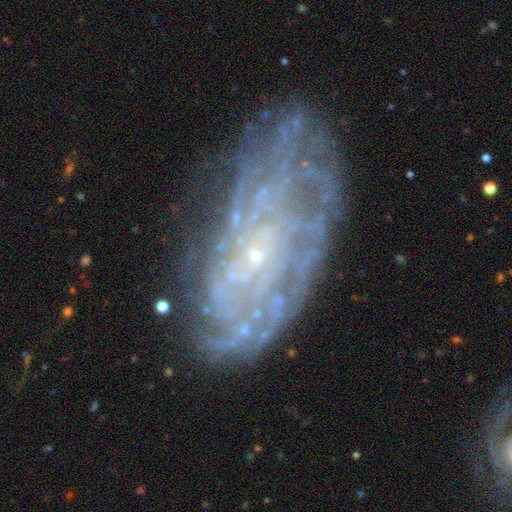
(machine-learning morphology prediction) Q: Smooth or featured?
A: featured or disk (76%); runner-up: smooth (14%)
Q: Edge-on disk?
A: no (91%); runner-up: yes (9%)
Q: Bar?
A: no (72%); runner-up: weak (21%)
Q: Spiral arms?
A: yes (84%); runner-up: no (16%)
Q: Spiral winding?
A: tight (71%); runner-up: medium (21%)
Q: Spiral arm count?
A: can't tell (51%); runner-up: more than 4 (15%)
Q: Bulge size?
A: small (86%); runner-up: moderate (6%)
Q: Merging?
A: none (69%); runner-up: minor disturbance (19%)